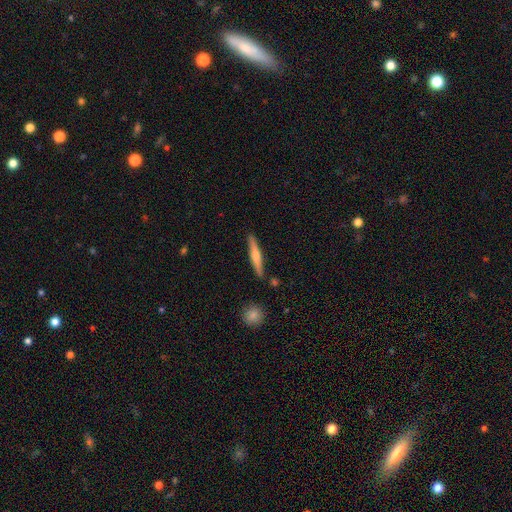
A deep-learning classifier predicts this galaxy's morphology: smooth-or-featured: smooth: 52% | featured or disk: 42% | star or artifact: 6%
  how-rounded: cigar-shaped: 92% | in between: 7% | round: 2%
  merging: none: 87% | minor disturbance: 8% | merger: 3% | major disturbance: 2%